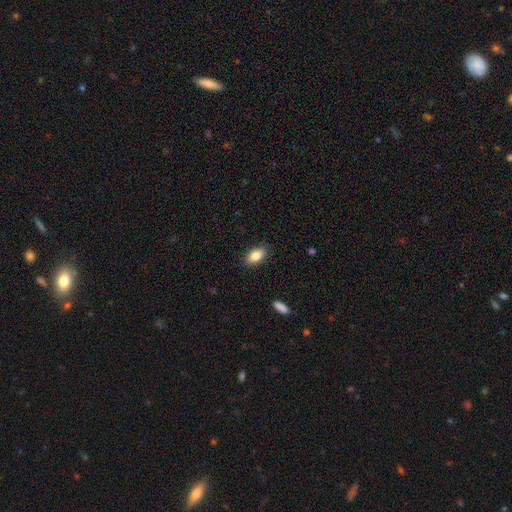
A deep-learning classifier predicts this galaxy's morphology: Smooth or featured?
  - smooth: 84% *
  - featured or disk: 8%
  - star or artifact: 7%
How rounded?
  - in between: 89% *
  - cigar-shaped: 6%
  - round: 5%
Merging?
  - none: 87% *
  - minor disturbance: 10%
  - major disturbance: 2%
  - merger: 1%